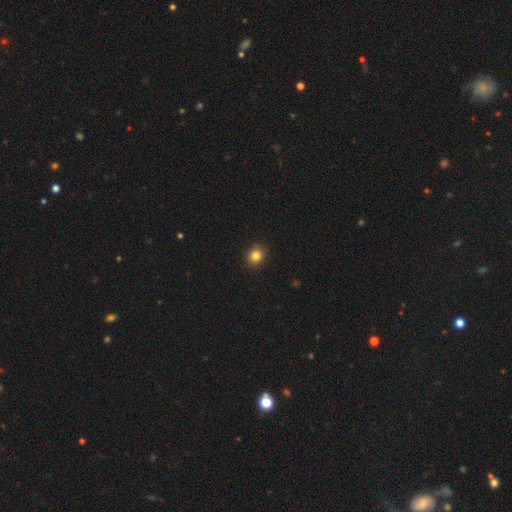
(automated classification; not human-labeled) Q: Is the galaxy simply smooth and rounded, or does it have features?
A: smooth — 84%.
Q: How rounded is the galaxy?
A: round — 71%.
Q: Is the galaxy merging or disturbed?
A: none — 90%.